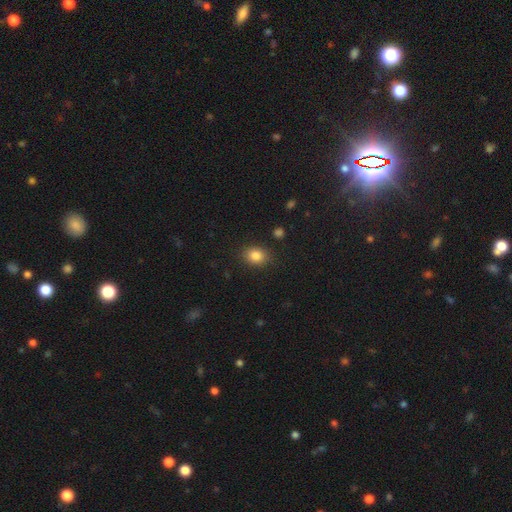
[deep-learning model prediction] A smooth galaxy with no disk features (85%) that is in between round and cigar-shaped (56%).

Vote fractions:
- Smooth or featured? smooth: 85% / star or artifact: 10% / featured or disk: 6%
- How rounded? in between: 56% / round: 43% / cigar-shaped: 1%
- Merging? none: 85% / minor disturbance: 10% / major disturbance: 3% / merger: 2%